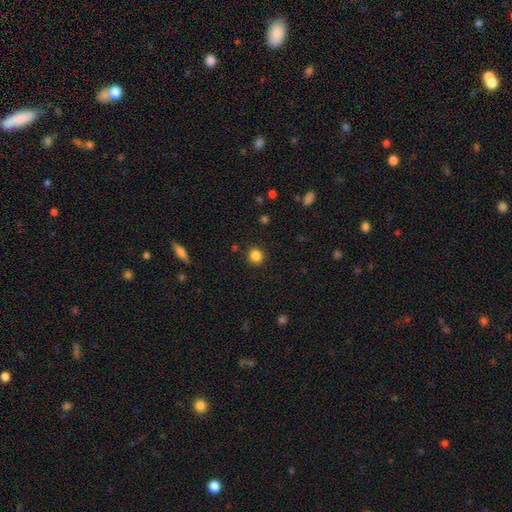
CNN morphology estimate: A smooth galaxy with no disk features (84%) that is round (91%).

Vote fractions:
- Smooth or featured? smooth: 84% / star or artifact: 12% / featured or disk: 4%
- How rounded? round: 91% / in between: 8% / cigar-shaped: 1%
- Merging? none: 91% / minor disturbance: 6% / major disturbance: 2% / merger: 1%